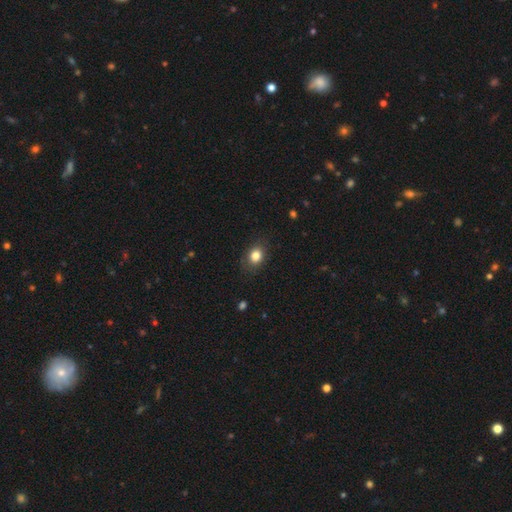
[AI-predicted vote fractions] Smooth or featured? Predicted: smooth (p=0.83). How rounded? Predicted: in between (p=0.58). Merging? Predicted: none (p=0.82).